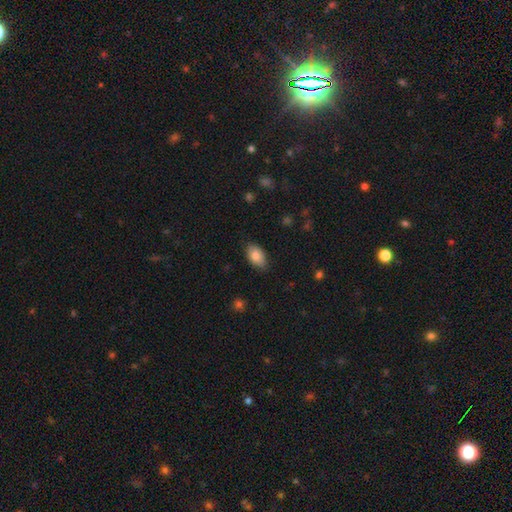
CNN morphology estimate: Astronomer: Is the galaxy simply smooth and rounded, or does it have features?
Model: smooth — 83%.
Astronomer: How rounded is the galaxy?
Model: in between — 92%.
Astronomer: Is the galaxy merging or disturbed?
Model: none — 80%.